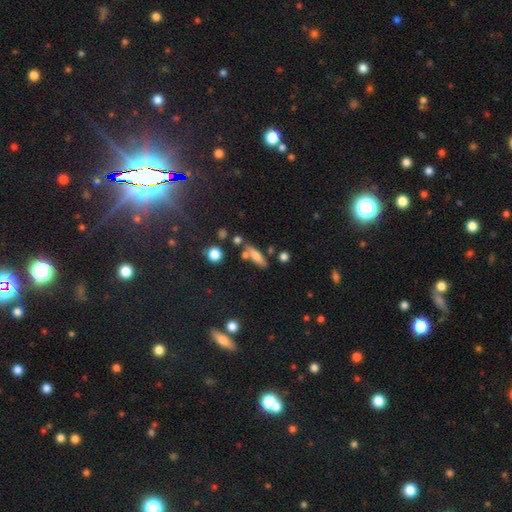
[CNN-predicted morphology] A smooth galaxy with no disk features (69%) that is cigar-shaped (62%).

Vote fractions:
- Smooth or featured? smooth: 69% / featured or disk: 22% / star or artifact: 9%
- How rounded? cigar-shaped: 62% / in between: 34% / round: 4%
- Merging? none: 69% / minor disturbance: 15% / merger: 12% / major disturbance: 5%